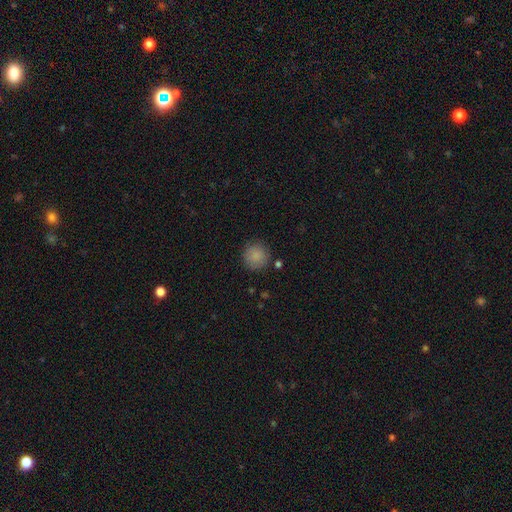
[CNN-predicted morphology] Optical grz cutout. It shows a smooth galaxy with no disk features (87%) that is round (93%). Merging: none (85%).